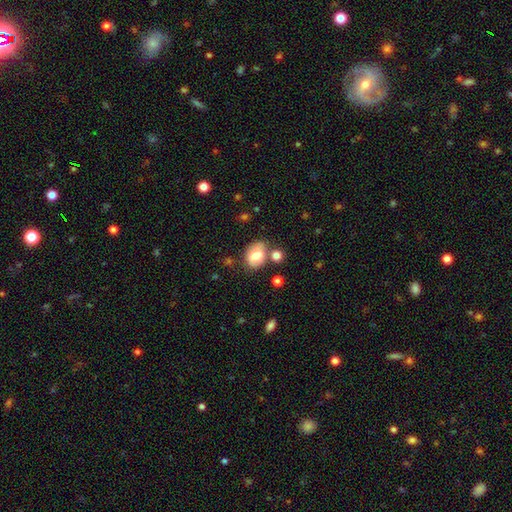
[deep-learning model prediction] Smooth or featured: smooth — 70% (featured or disk — 21%)
How rounded: in between — 65% (round — 34%)
Merging: none — 61% (minor disturbance — 19%)